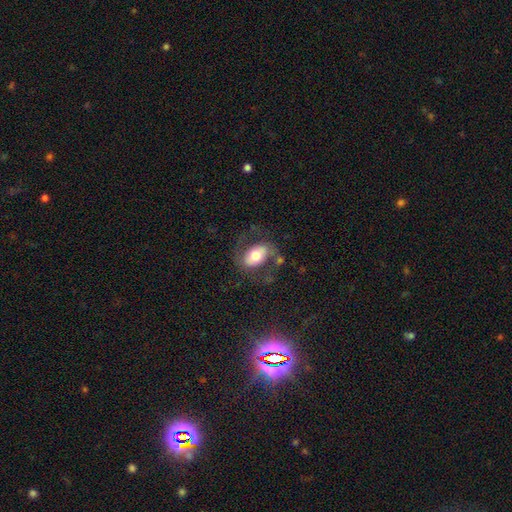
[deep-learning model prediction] Smooth or featured: smooth — 49% (featured or disk — 44%)
Merging: none — 59% (minor disturbance — 20%)